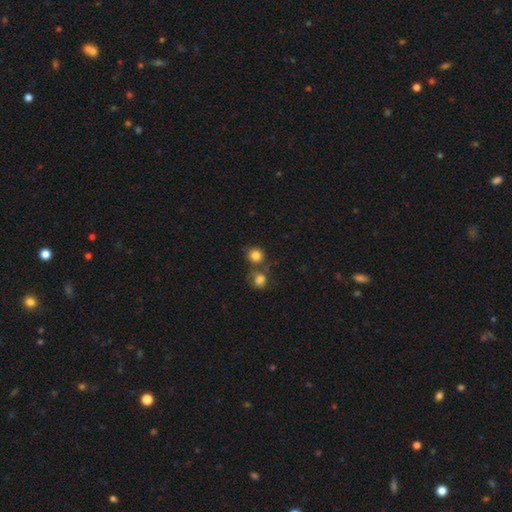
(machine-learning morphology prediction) Smooth or featured? Predicted: smooth (p=0.83). How rounded? Predicted: round (p=0.88). Merging? Predicted: none (p=0.56).